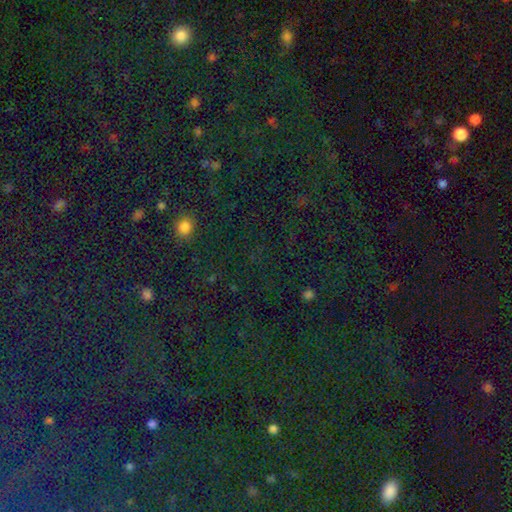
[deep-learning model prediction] Overall: star or artifact (73%).